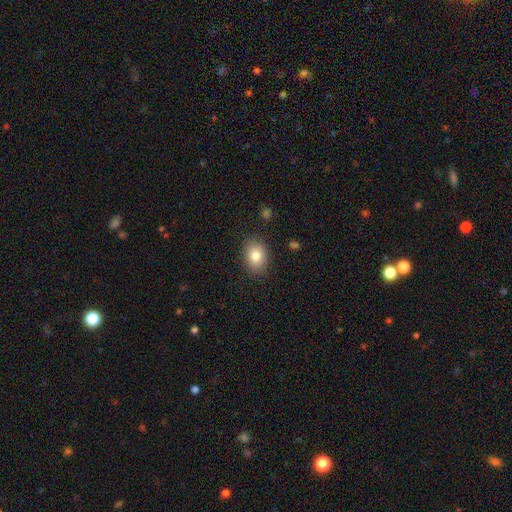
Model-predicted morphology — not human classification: Smooth or featured: smooth — 83% (star or artifact — 9%)
How rounded: in between — 69% (round — 30%)
Merging: none — 86% (minor disturbance — 10%)